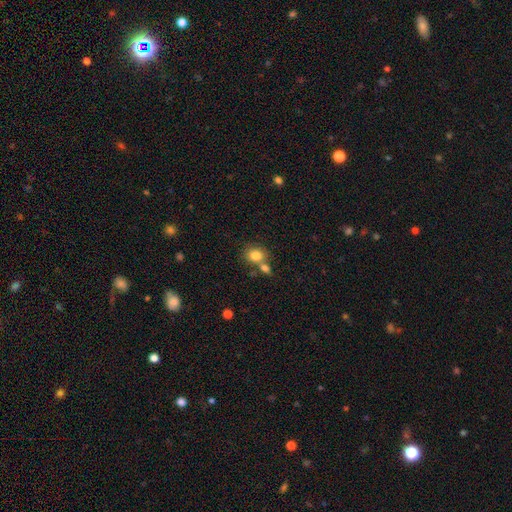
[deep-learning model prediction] Overall: smooth (81%). How rounded: round (63%; in between 36%). Merging: none (54%; merger 31%).